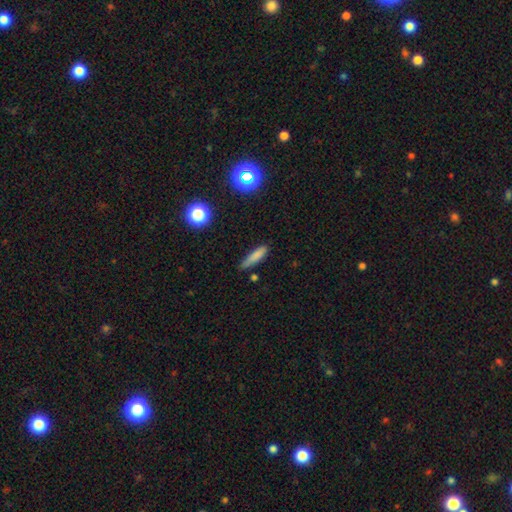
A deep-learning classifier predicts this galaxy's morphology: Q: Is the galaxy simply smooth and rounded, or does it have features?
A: smooth — 79%.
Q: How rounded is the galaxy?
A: cigar-shaped — 75%.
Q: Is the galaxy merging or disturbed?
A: none — 70%.